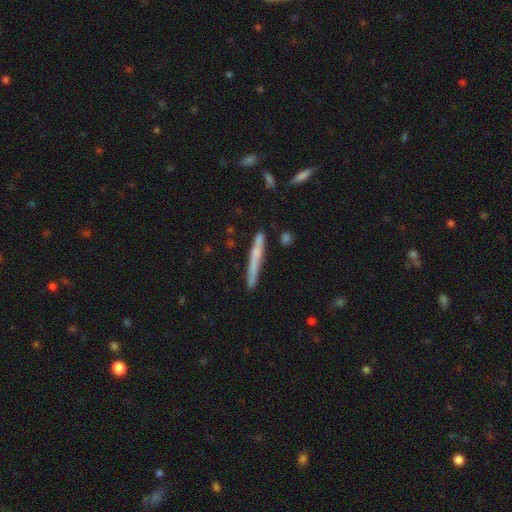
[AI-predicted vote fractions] A smooth galaxy with no disk features (52%) that is cigar-shaped (96%).

Vote fractions:
- Smooth or featured? smooth: 52% / featured or disk: 41% / star or artifact: 7%
- How rounded? cigar-shaped: 96% / in between: 3% / round: 2%
- Merging? none: 77% / minor disturbance: 16% / merger: 4% / major disturbance: 3%